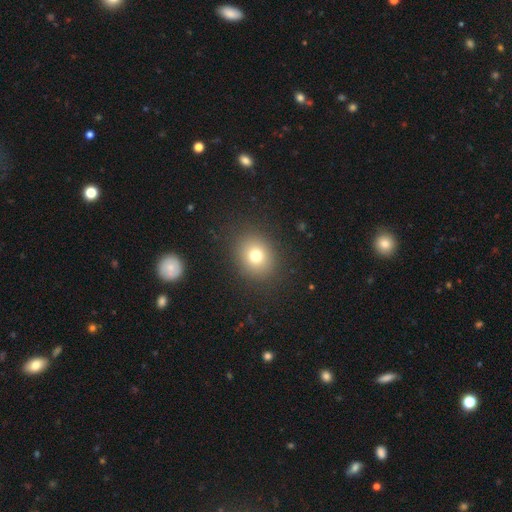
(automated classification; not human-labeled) The model was most divided on "how rounded": round: 71%, in between: 28%, cigar-shaped: 1%. More confident: merging — none (89%); smooth or featured — smooth (76%).